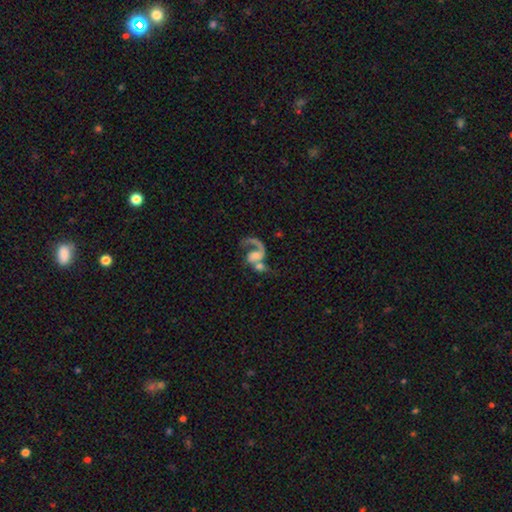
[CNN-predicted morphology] Smooth or featured? featured or disk (73%)
Edge-on disk? no (98%)
Bar? no (66%)
Spiral arms? yes (86%)
Spiral winding? loose (60%)
Spiral arm count? 1 (79%)
Bulge size? moderate (31%)
Merging? merger (46%)